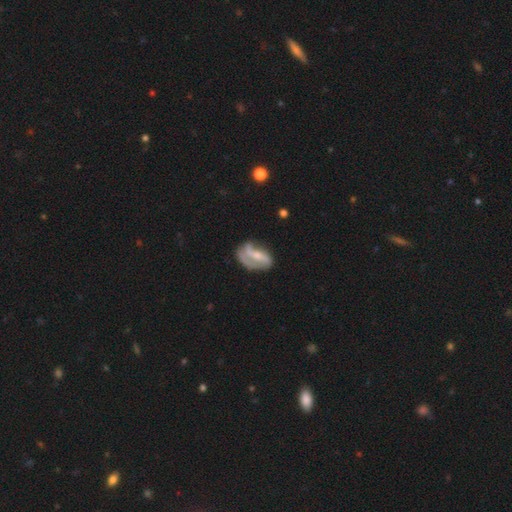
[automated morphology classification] smooth_or_featured: featured or disk (p=0.62) [alt: smooth p=0.31]
disk_edge_on: no (p=0.94) [alt: yes p=0.06]
bar: no (p=0.39) [alt: weak p=0.36]
has_spiral_arms: yes (p=0.66) [alt: no p=0.34]
bulge_size: small (p=0.44) [alt: moderate p=0.35]
merging: none (p=0.40) [alt: major disturbance p=0.28]